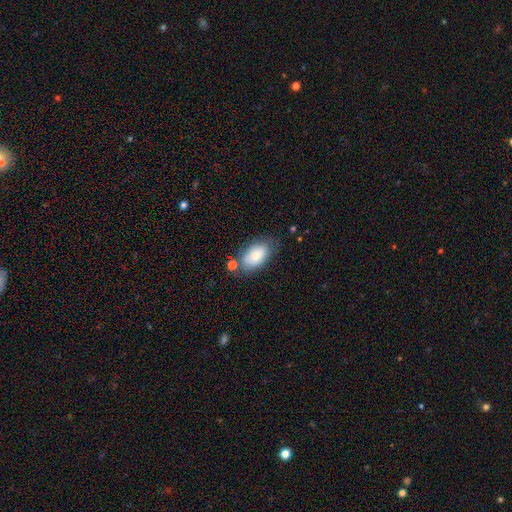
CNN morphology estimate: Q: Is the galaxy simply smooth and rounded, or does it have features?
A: smooth — 79%.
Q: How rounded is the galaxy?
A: in between — 93%.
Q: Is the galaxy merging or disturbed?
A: none — 67%.